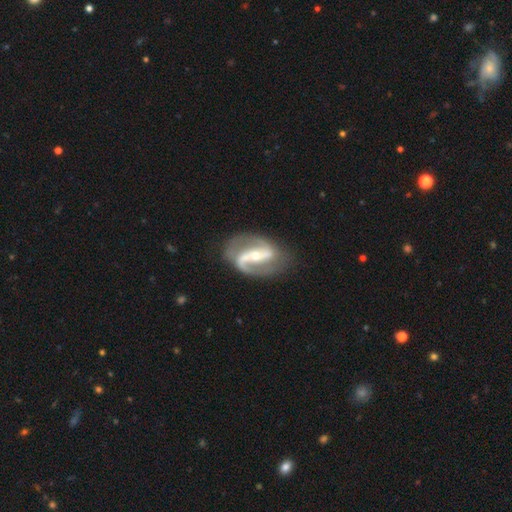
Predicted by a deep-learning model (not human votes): featured or disk 90%, smooth 6%, star or artifact 4%. Down the decision tree: edge-on disk — no (97%); bar — strong (52%); spiral arms — yes (96%); spiral arm count — 2 (90%); spiral winding — medium (48%); bulge size — small (49%); merging — none (74%).